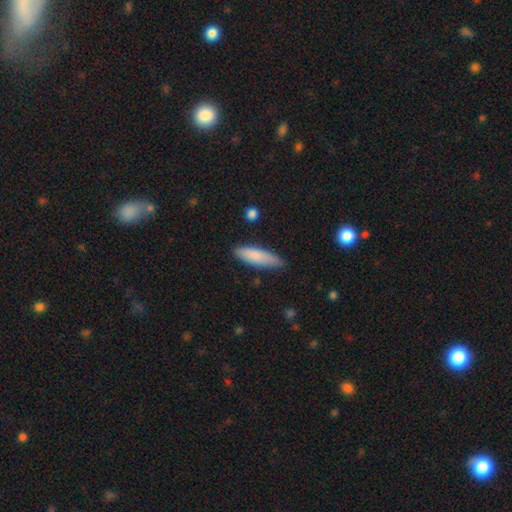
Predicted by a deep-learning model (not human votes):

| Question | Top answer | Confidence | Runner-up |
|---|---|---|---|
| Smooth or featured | smooth | 83% | featured or disk (11%) |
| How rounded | cigar-shaped | 60% | in between (38%) |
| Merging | none | 80% | minor disturbance (16%) |